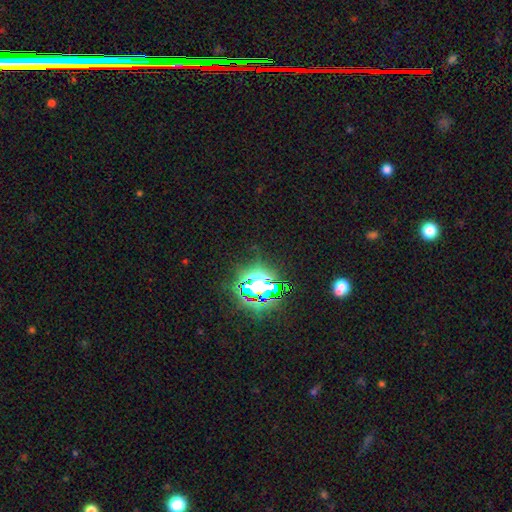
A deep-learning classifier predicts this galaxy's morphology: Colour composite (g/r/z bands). It shows a star or artifact, not a galaxy (80%).